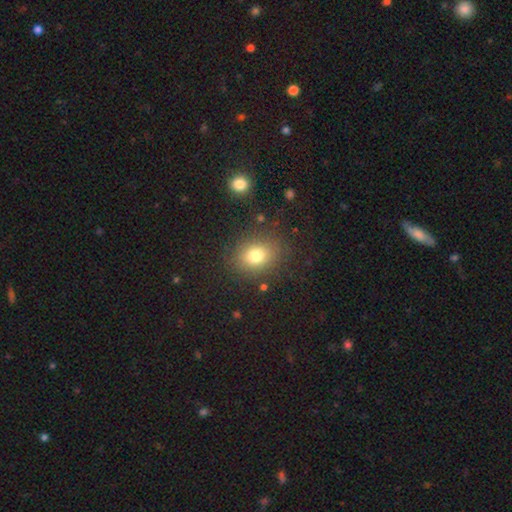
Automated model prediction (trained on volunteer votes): This appears to be a smooth galaxy with no disk features (77%) that is round (55%). Merging: none (84%).